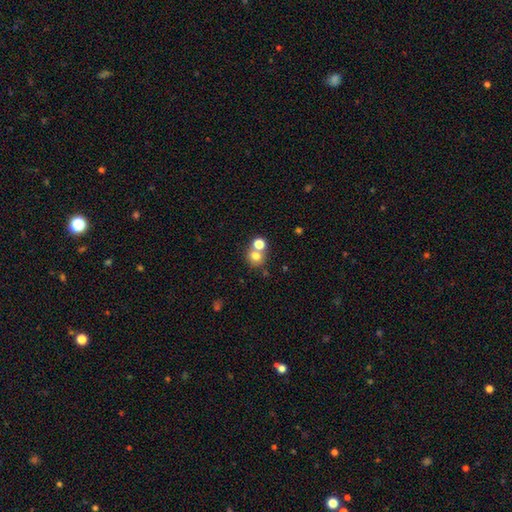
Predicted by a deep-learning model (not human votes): Smooth or featured? smooth (73%)
How rounded? round (82%)
Merging? none (51%)